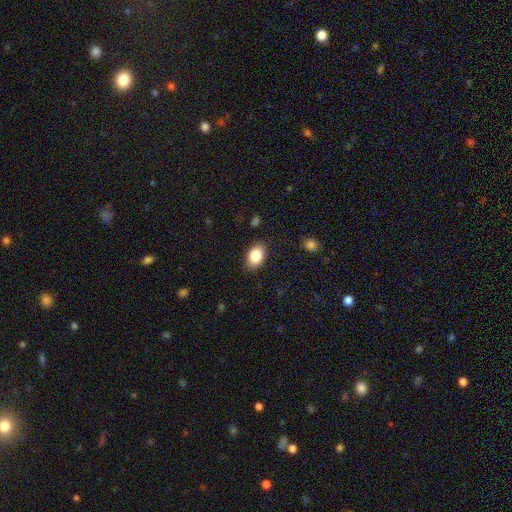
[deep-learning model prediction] Overall: smooth (85%). How rounded: in between (83%). Merging: none (85%).